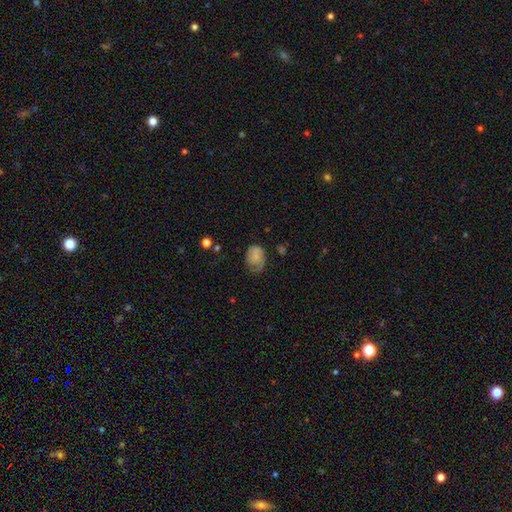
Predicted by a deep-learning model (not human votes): smooth-or-featured: smooth: 59% | featured or disk: 32% | star or artifact: 9%
  how-rounded: in between: 65% | round: 34% | cigar-shaped: 1%
  merging: none: 49% | minor disturbance: 31% | major disturbance: 17% | merger: 2%